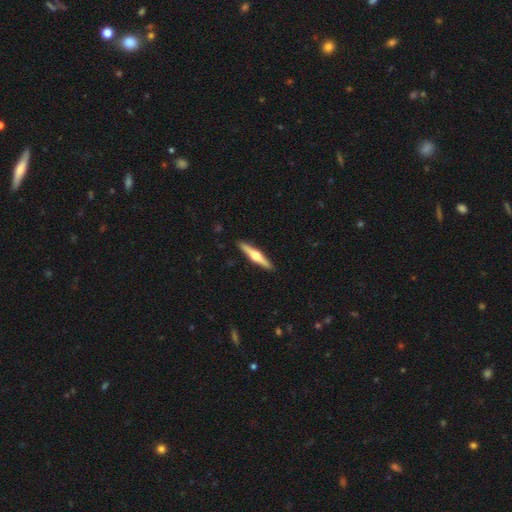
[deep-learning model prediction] This appears to be a featured or disk galaxy (68%) viewed edge-on (98%) with a rounded central bulge (94%). Merging: none (92%).